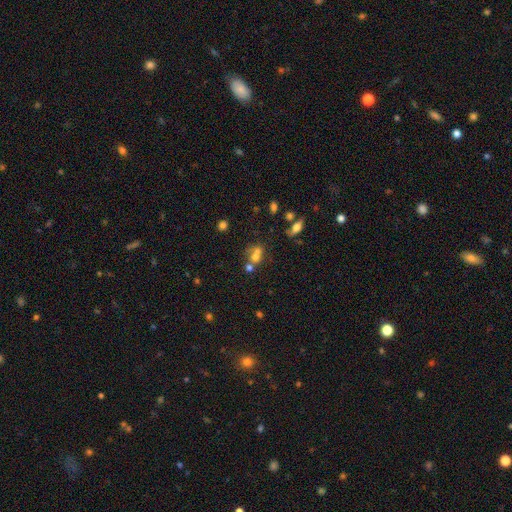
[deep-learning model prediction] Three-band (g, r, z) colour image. It shows a smooth galaxy with no disk features (60%) that is round (67%). Merging: merger (56%).